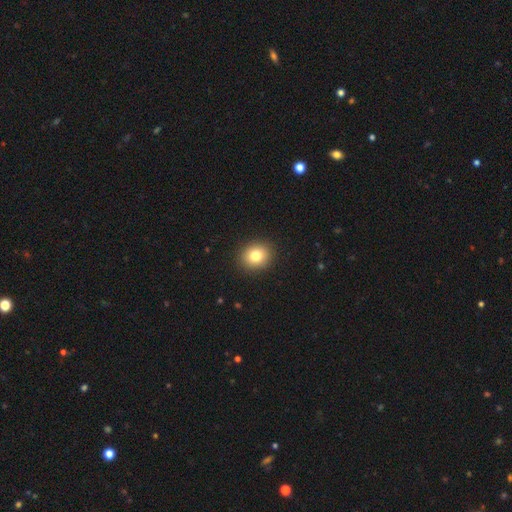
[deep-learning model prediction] A smooth galaxy with no disk features (81%) that is round (74%).

Vote fractions:
- Smooth or featured? smooth: 81% / star or artifact: 10% / featured or disk: 9%
- How rounded? round: 74% / in between: 25% / cigar-shaped: 1%
- Merging? none: 91% / minor disturbance: 6% / major disturbance: 2% / merger: 1%